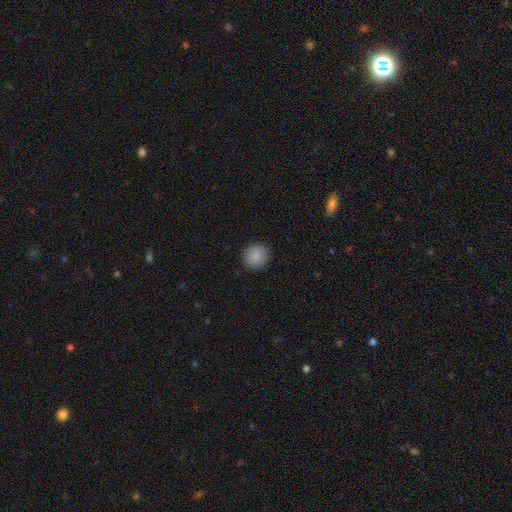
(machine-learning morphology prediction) smooth-or-featured: smooth: 89% | star or artifact: 8% | featured or disk: 3%
  how-rounded: round: 89% | in between: 10% | cigar-shaped: 1%
  merging: none: 91% | minor disturbance: 6% | major disturbance: 2% | merger: 1%